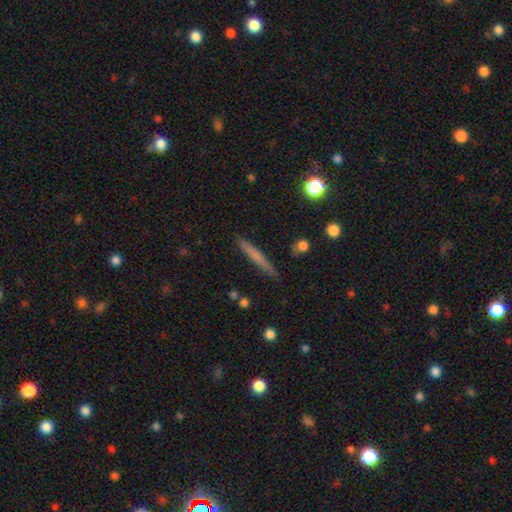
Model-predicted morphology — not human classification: A smooth galaxy with no disk features (60%) that is cigar-shaped (95%). Merging: none (88%).